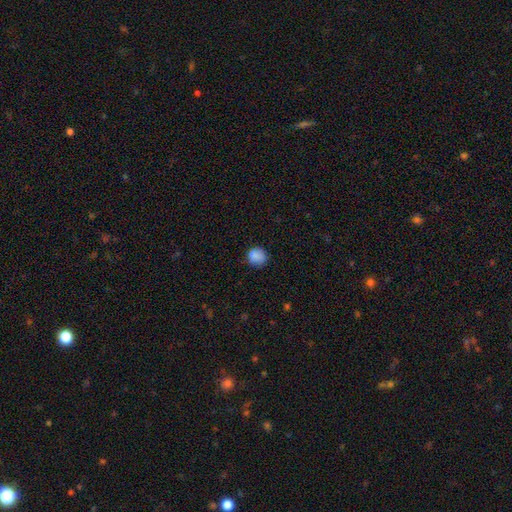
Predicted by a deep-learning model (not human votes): Overall: smooth (86%). How rounded: round (80%). Merging: none (77%).